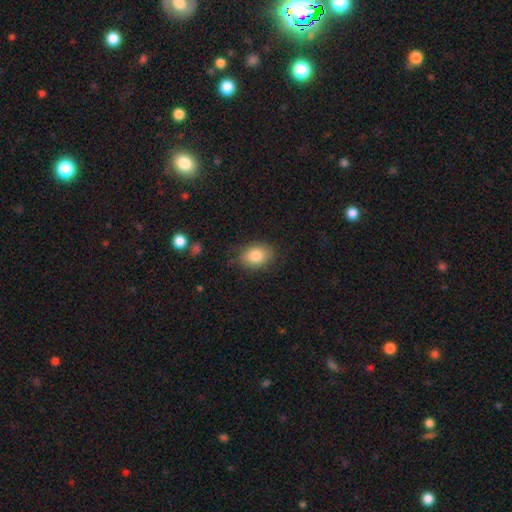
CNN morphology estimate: type=smooth (83%); roundness=in between (76%); merging=none (79%).